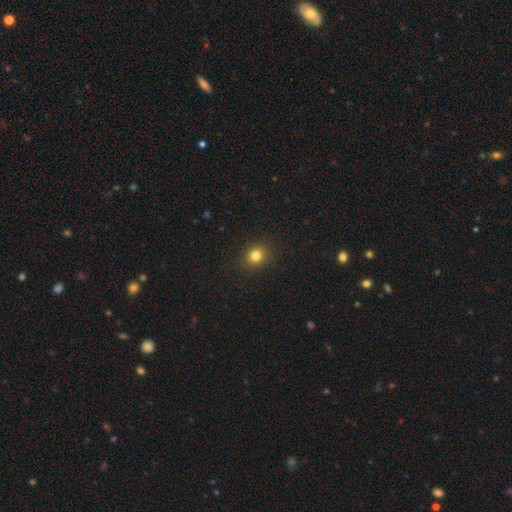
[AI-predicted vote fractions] Smooth or featured? Predicted: smooth (p=0.81). How rounded? Predicted: round (p=0.77). Merging? Predicted: none (p=0.90).